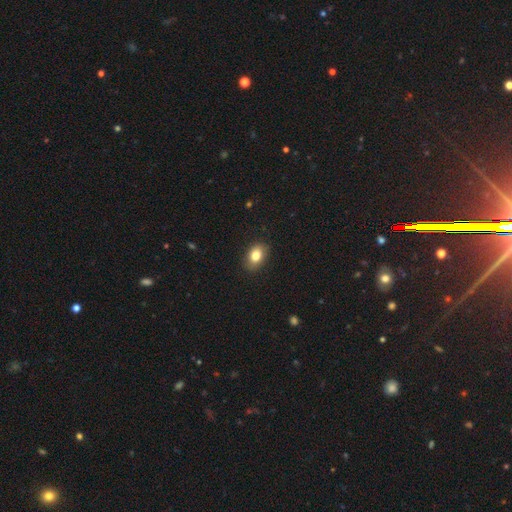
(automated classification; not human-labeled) Overall: smooth (82%). How rounded: in between (80%). Merging: none (87%).